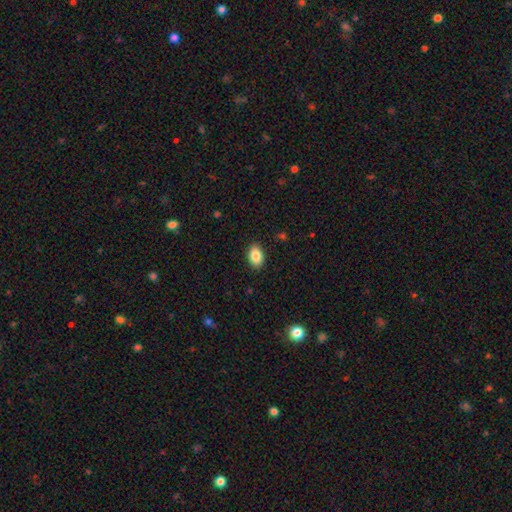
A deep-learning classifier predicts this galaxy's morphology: Q: Smooth or featured?
A: smooth (86%); runner-up: star or artifact (8%)
Q: How rounded?
A: in between (88%); runner-up: round (11%)
Q: Merging?
A: none (89%); runner-up: minor disturbance (8%)